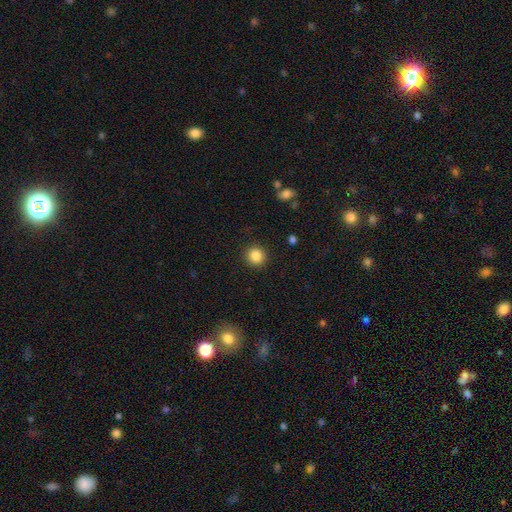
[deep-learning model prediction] Q: Smooth or featured?
A: smooth (86%); runner-up: star or artifact (10%)
Q: How rounded?
A: round (90%); runner-up: in between (9%)
Q: Merging?
A: none (91%); runner-up: minor disturbance (6%)